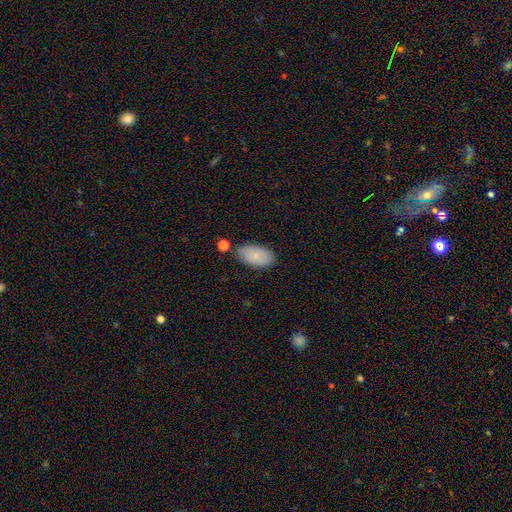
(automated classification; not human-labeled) smooth 82%, featured or disk 12%, star or artifact 7%. Down the decision tree: how rounded — in between (95%); merging — none (75%).